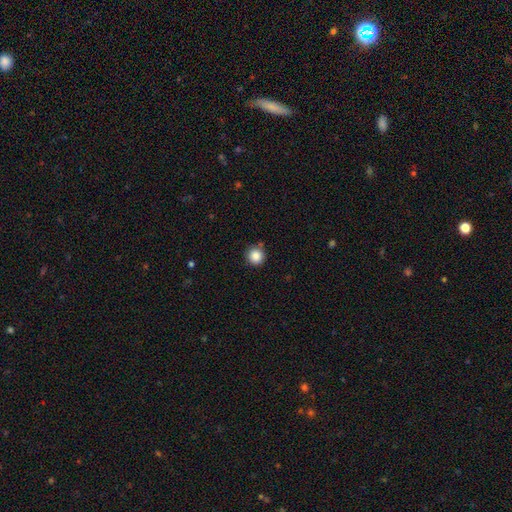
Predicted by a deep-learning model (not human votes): Smooth or featured: smooth — 87% (star or artifact — 10%)
How rounded: round — 94% (in between — 5%)
Merging: none — 84% (minor disturbance — 10%)